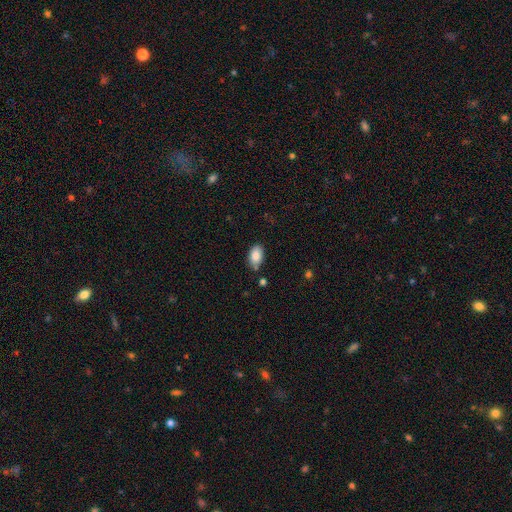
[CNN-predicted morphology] smooth_or_featured: smooth (p=0.86) [alt: star or artifact p=0.07]
how_rounded: in between (p=0.92) [alt: round p=0.07]
merging: none (p=0.76) [alt: minor disturbance p=0.16]